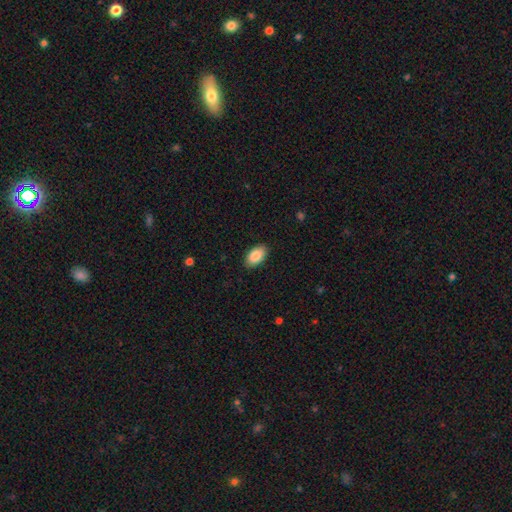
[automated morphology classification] smooth_or_featured: smooth (p=0.89) [alt: star or artifact p=0.06]
how_rounded: in between (p=0.94) [alt: round p=0.04]
merging: none (p=0.88) [alt: minor disturbance p=0.09]